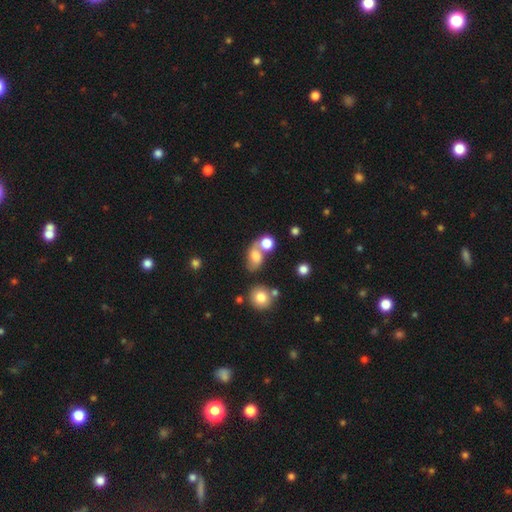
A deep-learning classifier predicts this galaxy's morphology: Smooth or featured? smooth (63%)
How rounded? in between (65%)
Merging? none (38%)